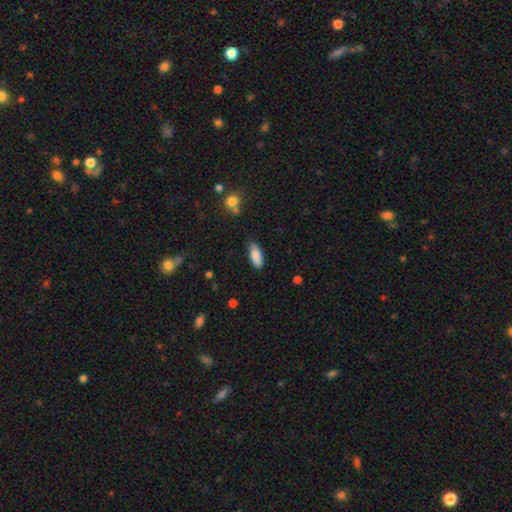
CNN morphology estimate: A smooth galaxy with no disk features (84%) that is in between round and cigar-shaped (79%).

Vote fractions:
- Smooth or featured? smooth: 84% / featured or disk: 9% / star or artifact: 7%
- How rounded? in between: 79% / cigar-shaped: 19% / round: 2%
- Merging? none: 80% / minor disturbance: 15% / major disturbance: 3% / merger: 2%